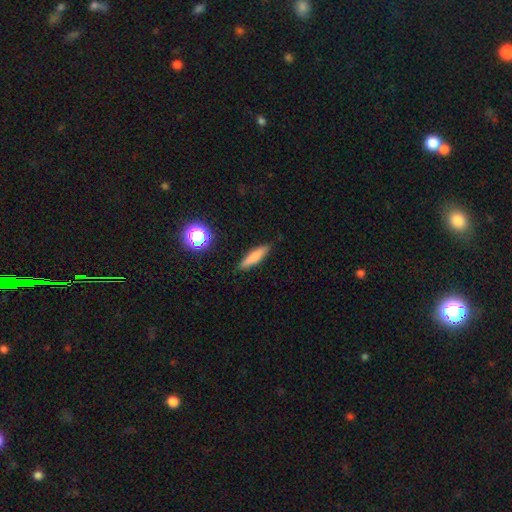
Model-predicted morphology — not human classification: Smooth or featured? Predicted: smooth (p=0.76). How rounded? Predicted: cigar-shaped (p=0.77). Merging? Predicted: none (p=0.87).